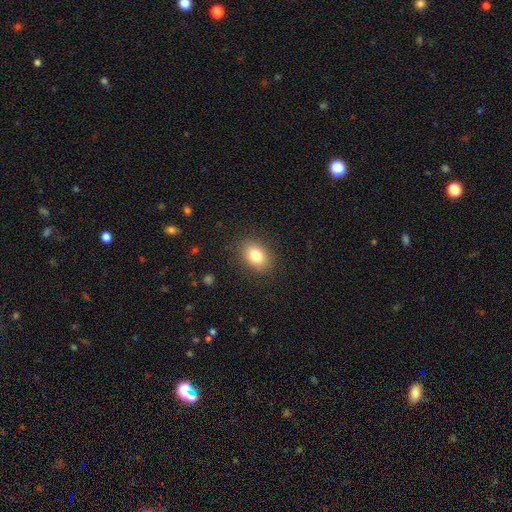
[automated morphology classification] Overall: smooth (81%). How rounded: in between (74%). Merging: none (87%).